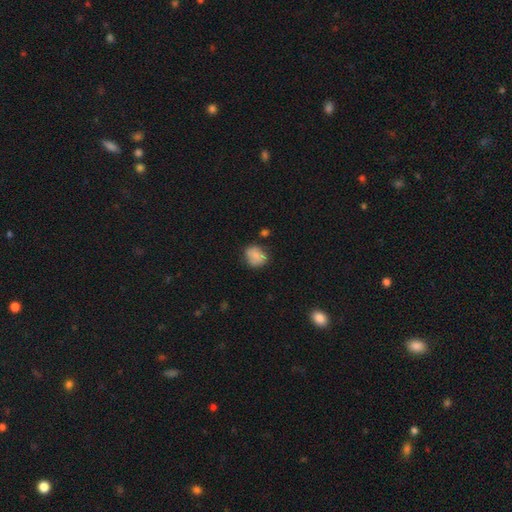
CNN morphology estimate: Smooth or featured: smooth — 76% (featured or disk — 14%)
How rounded: round — 60% (in between — 39%)
Merging: none — 61% (minor disturbance — 25%)